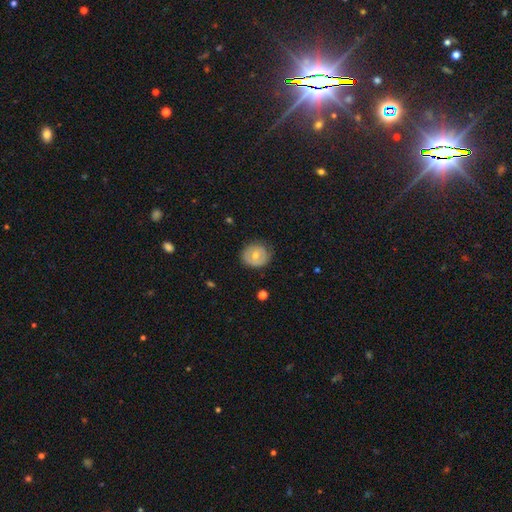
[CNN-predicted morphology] The model was most divided on "smooth or featured": smooth: 54%, featured or disk: 39%, star or artifact: 7%. More confident: how rounded — round (82%); merging — none (75%).